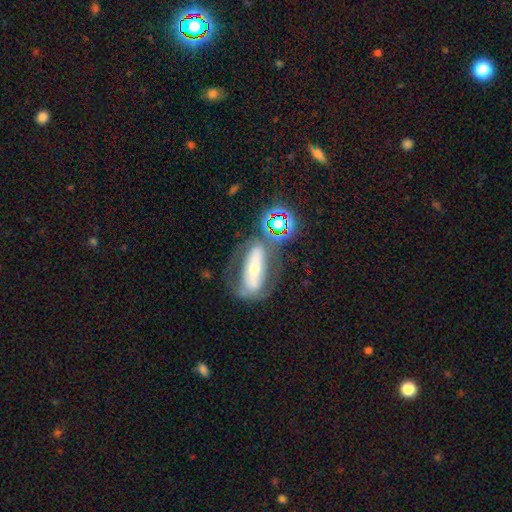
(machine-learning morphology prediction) Overall: featured or disk (61%; smooth 26%). Edge-on disk: no (75%). Merging: none (58%).